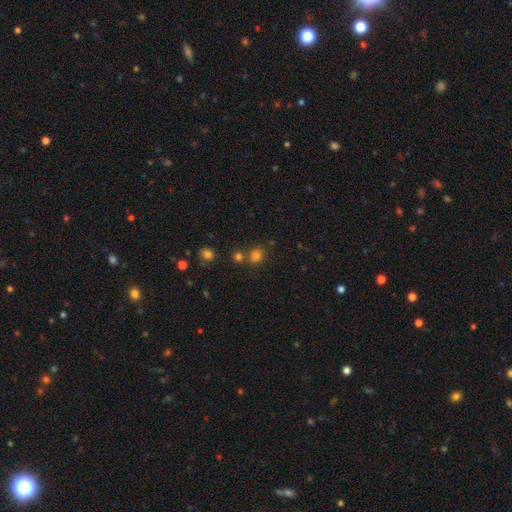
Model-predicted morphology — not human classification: Smooth or featured?
  - smooth: 74% *
  - star or artifact: 21%
  - featured or disk: 6%
How rounded?
  - round: 71% *
  - in between: 28%
  - cigar-shaped: 1%
Merging?
  - none: 70% *
  - merger: 17%
  - minor disturbance: 9%
  - major disturbance: 4%